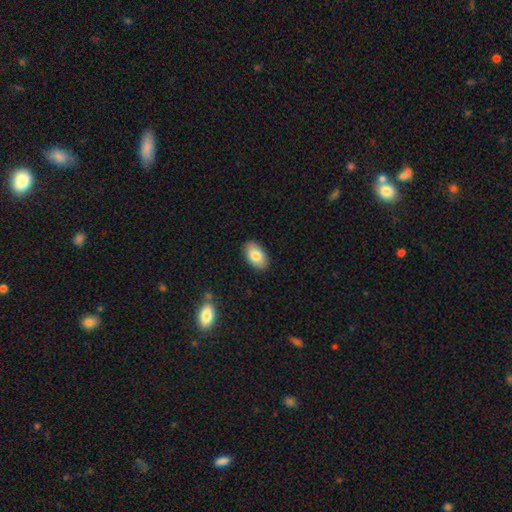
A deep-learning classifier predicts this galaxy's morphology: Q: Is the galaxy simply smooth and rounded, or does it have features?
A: smooth — 82%.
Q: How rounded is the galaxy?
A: in between — 94%.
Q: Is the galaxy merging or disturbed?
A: none — 89%.